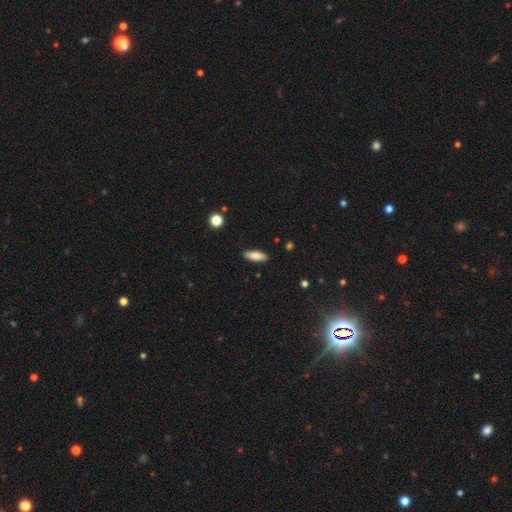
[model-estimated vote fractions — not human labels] Smooth or featured: smooth — 76% (featured or disk — 17%)
How rounded: in between — 66% (cigar-shaped — 31%)
Merging: none — 89% (minor disturbance — 8%)